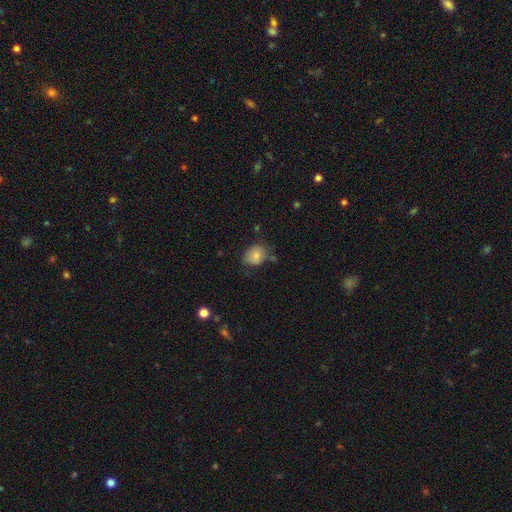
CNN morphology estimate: This appears to be a smooth galaxy with no disk features (80%) that is in between round and cigar-shaped (53%). Merging: none (63%).